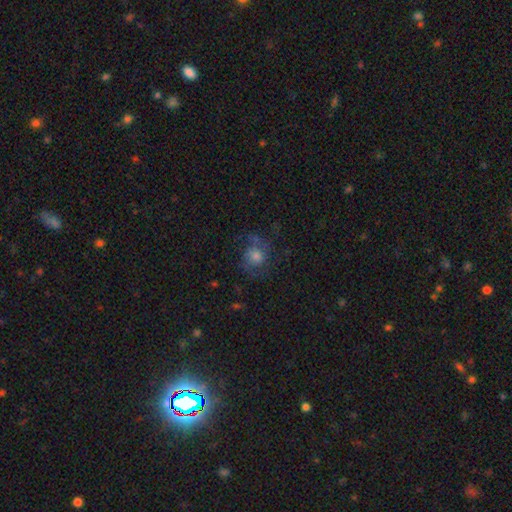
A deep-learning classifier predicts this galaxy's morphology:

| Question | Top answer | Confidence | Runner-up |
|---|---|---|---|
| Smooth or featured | featured or disk | 48% | smooth (36%) |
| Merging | none | 62% | minor disturbance (19%) |